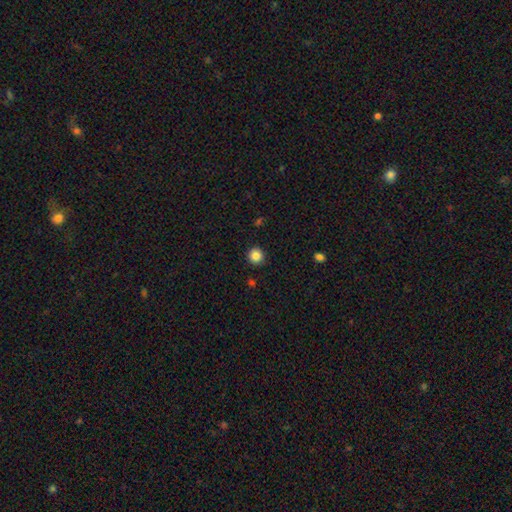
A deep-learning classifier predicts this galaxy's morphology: Smooth or featured: smooth — 86% (star or artifact — 10%)
How rounded: round — 95% (in between — 5%)
Merging: none — 92% (minor disturbance — 5%)